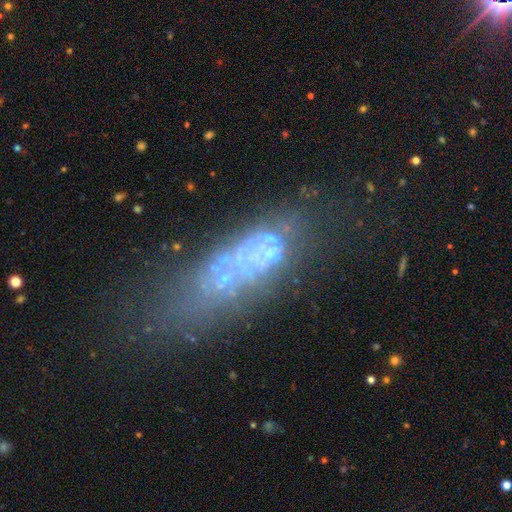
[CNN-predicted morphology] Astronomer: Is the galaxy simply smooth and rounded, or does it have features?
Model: featured or disk — 51%.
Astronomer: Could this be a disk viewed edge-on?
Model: no — 80%.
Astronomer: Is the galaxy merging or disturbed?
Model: none — 42% (runner-up: major disturbance, 25%).